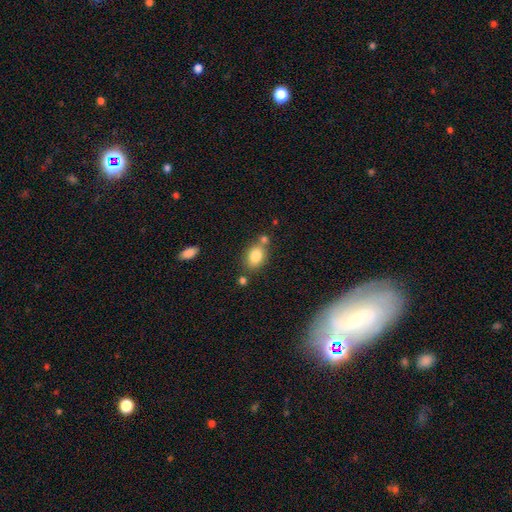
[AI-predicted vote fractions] A smooth galaxy with no disk features (82%) that is in between round and cigar-shaped (72%). Merging: none (62%).